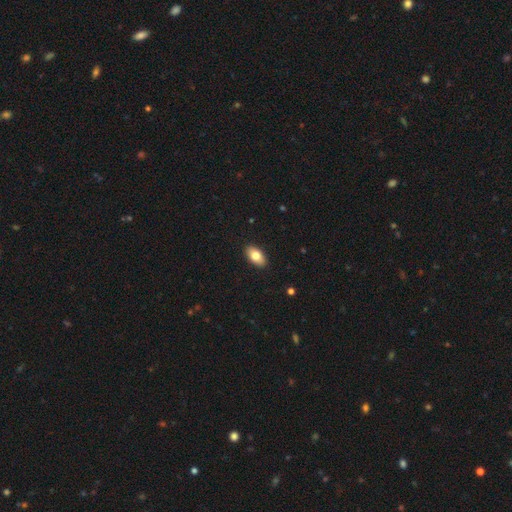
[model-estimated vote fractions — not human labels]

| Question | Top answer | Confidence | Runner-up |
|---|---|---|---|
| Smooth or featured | smooth | 80% | featured or disk (14%) |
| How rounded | in between | 92% | round (4%) |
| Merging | none | 90% | minor disturbance (7%) |